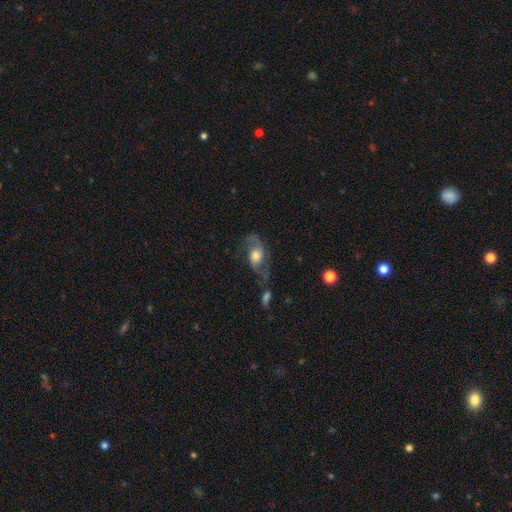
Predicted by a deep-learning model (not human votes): Smooth or featured? featured or disk (59%)
Edge-on disk? no (92%)
Bar? no (69%)
Spiral arms? yes (81%)
Bulge size? moderate (44%)
Merging? none (46%)